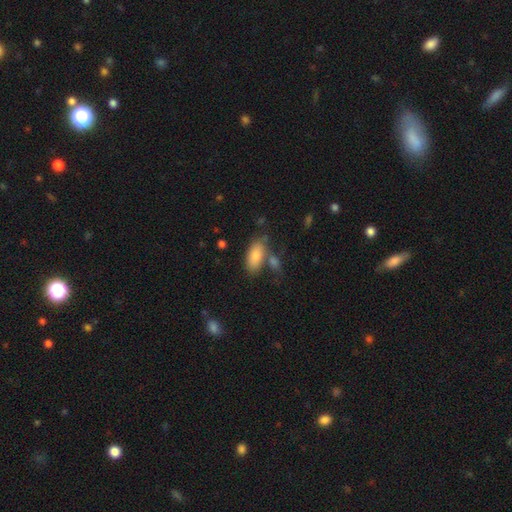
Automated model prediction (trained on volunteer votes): Smooth or featured: smooth — 82% (featured or disk — 11%)
How rounded: in between — 90% (cigar-shaped — 7%)
Merging: none — 59% (merger — 19%)